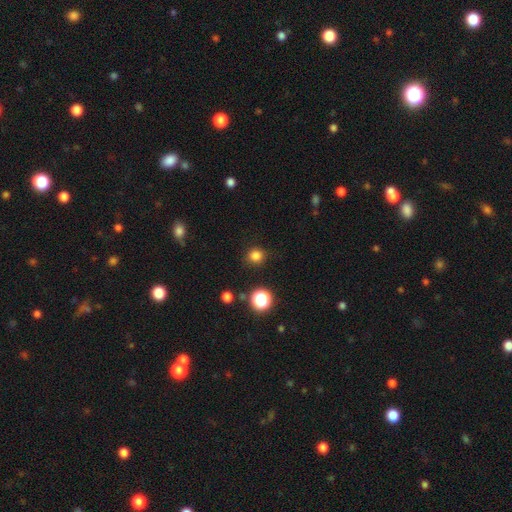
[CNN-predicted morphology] A smooth galaxy with no disk features (81%) that is round (91%). Merging: none (89%).